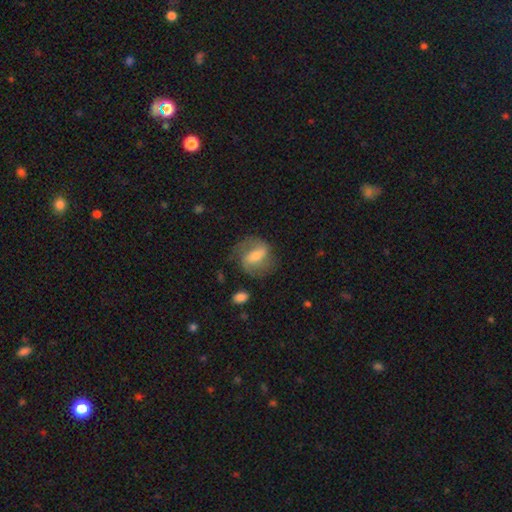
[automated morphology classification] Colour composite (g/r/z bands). It shows a featured or disk galaxy (65%) with a weak bar (45%), 2 (81%) medium (47%) spiral arms (87%) and a moderate central bulge (50%). Merging: none (65%).